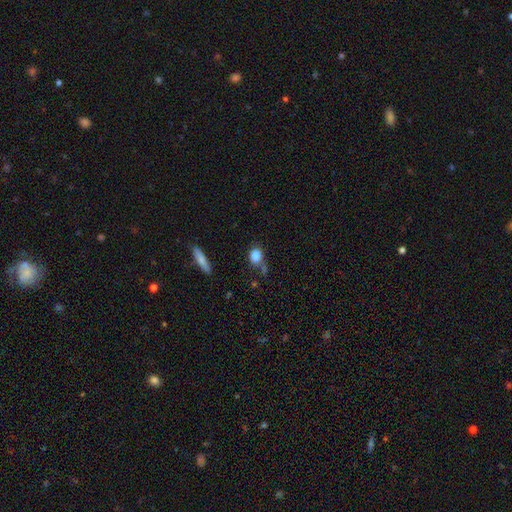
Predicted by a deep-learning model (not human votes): A smooth galaxy with no disk features (84%) that is in between round and cigar-shaped (49%). Merging: none (59%).